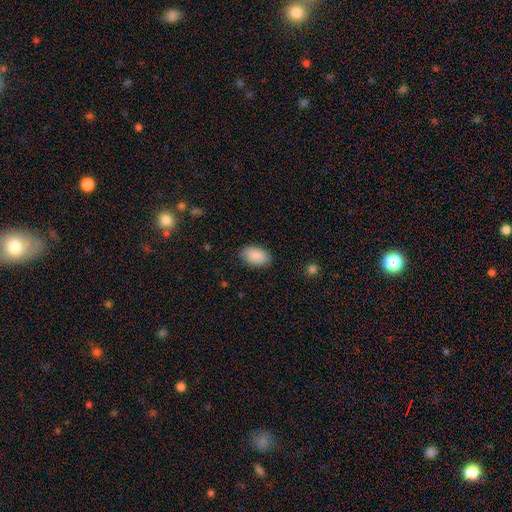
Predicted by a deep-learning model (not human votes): Q: Smooth or featured?
A: smooth (89%); runner-up: star or artifact (6%)
Q: How rounded?
A: in between (93%); runner-up: round (6%)
Q: Merging?
A: none (86%); runner-up: minor disturbance (10%)